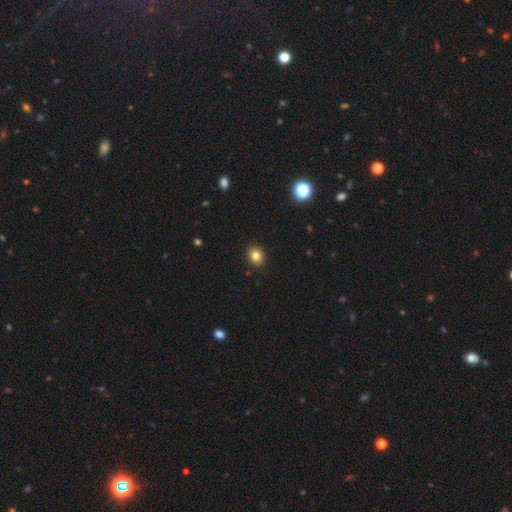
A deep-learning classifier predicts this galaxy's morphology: Smooth or featured?
  - smooth: 83% *
  - star or artifact: 11%
  - featured or disk: 6%
How rounded?
  - round: 65% *
  - in between: 34%
  - cigar-shaped: 1%
Merging?
  - none: 91% *
  - minor disturbance: 6%
  - major disturbance: 2%
  - merger: 1%